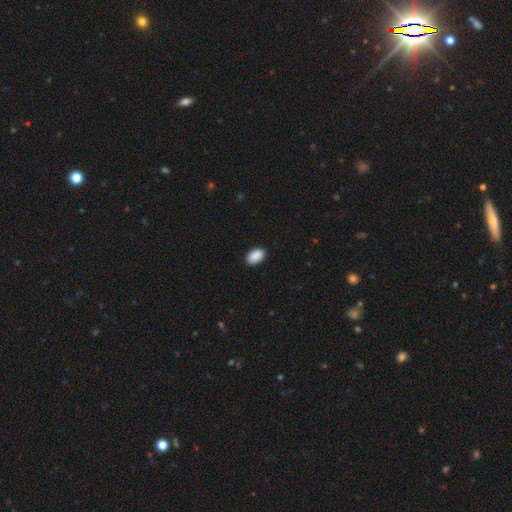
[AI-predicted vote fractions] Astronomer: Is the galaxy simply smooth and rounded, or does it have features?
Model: smooth — 91%.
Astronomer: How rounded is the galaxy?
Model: in between — 93%.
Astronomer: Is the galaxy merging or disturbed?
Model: none — 88%.